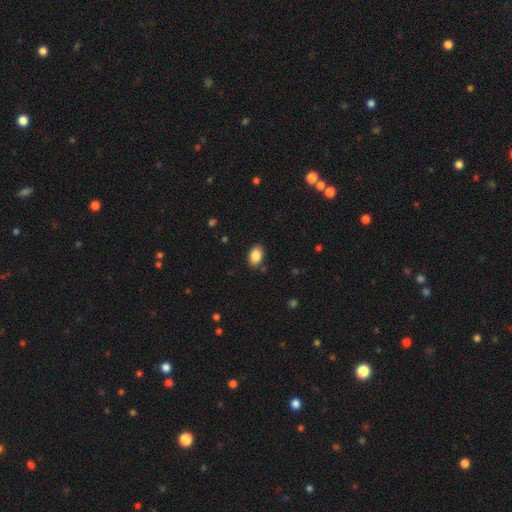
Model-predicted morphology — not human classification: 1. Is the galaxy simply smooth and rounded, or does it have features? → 87% smooth, 8% star or artifact, 5% featured or disk.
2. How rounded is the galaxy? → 87% in between, 11% round, 1% cigar-shaped.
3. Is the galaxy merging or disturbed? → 85% none, 11% minor disturbance, 2% major disturbance, 2% merger.